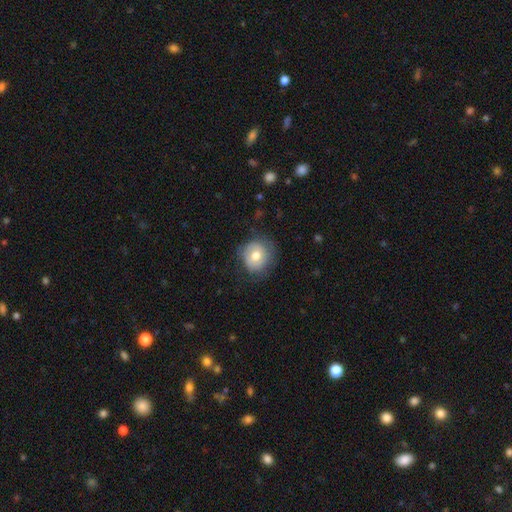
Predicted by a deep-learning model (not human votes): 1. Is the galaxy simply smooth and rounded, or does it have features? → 66% smooth, 26% featured or disk, 8% star or artifact.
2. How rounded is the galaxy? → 84% round, 15% in between, 1% cigar-shaped.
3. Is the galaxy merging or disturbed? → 68% none, 22% minor disturbance, 9% major disturbance, 1% merger.